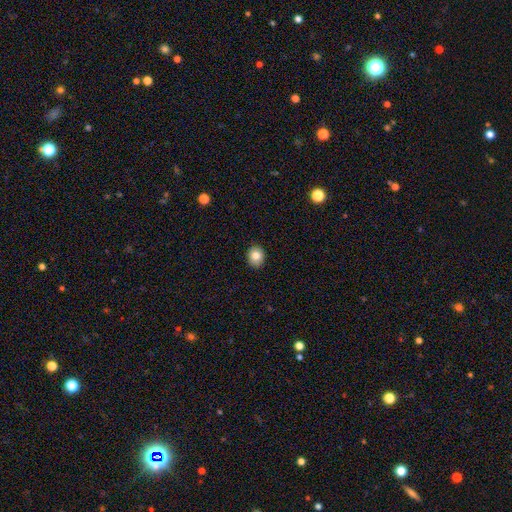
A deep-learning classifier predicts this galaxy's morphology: Overall: smooth (82%). How rounded: round (62%; in between 37%). Merging: none (90%).